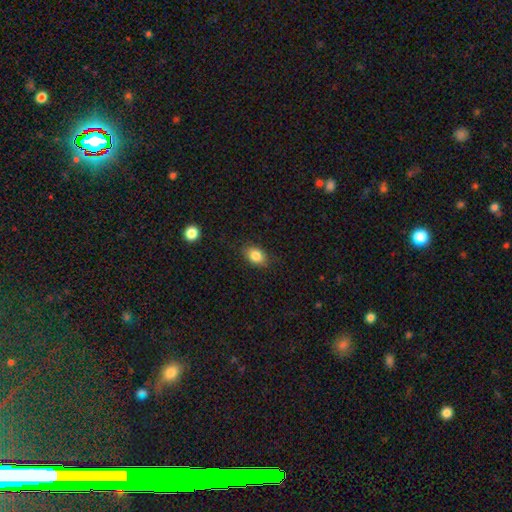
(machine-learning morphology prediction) This is clearly a smooth galaxy (84%). How rounded: likely in between (78%). Merging: clearly none (84%).